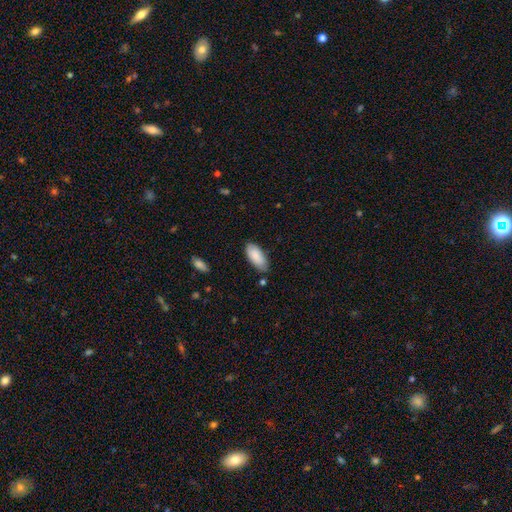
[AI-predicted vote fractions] smooth-or-featured: smooth: 86% | featured or disk: 9% | star or artifact: 6%
  how-rounded: in between: 89% | cigar-shaped: 10% | round: 2%
  merging: none: 75% | minor disturbance: 20% | major disturbance: 3% | merger: 3%